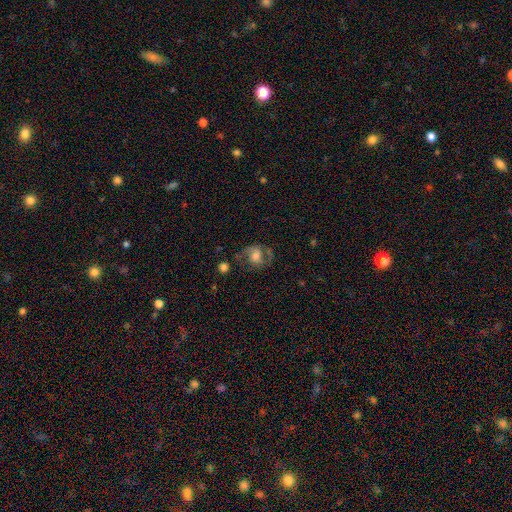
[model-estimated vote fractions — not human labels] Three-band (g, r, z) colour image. It shows a featured or disk galaxy (61%) with no bar (56%), spiral arms (81%) and a moderate central bulge (56%). Merging: none (61%).